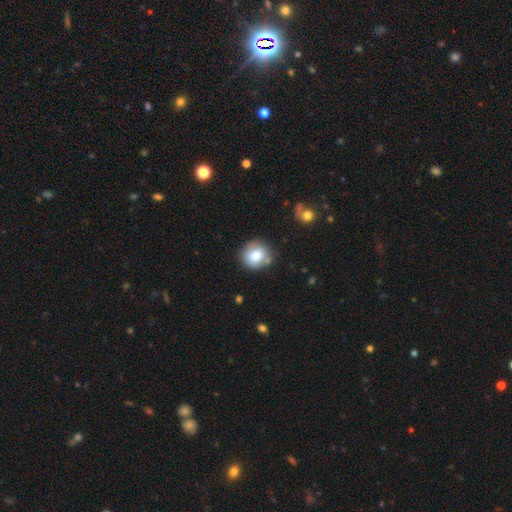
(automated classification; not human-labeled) Smooth or featured? smooth (78%)
How rounded? round (78%)
Merging? none (76%)